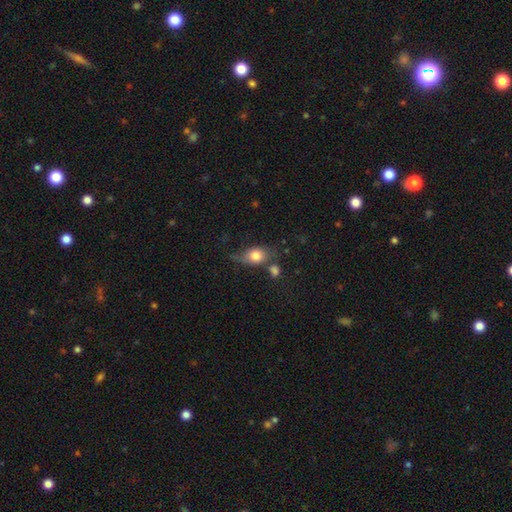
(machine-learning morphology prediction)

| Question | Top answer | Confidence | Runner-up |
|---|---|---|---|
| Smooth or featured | smooth | 75% | featured or disk (16%) |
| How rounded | in between | 62% | round (35%) |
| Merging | none | 44% | minor disturbance (26%) |